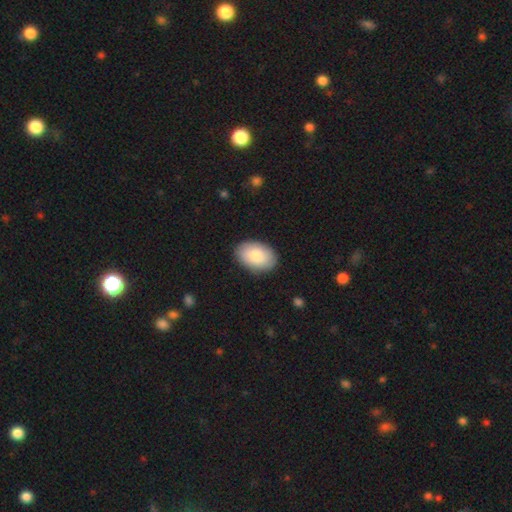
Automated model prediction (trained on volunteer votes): smooth 83%, featured or disk 11%, star or artifact 5%. Down the decision tree: how rounded — in between (89%); merging — none (87%).